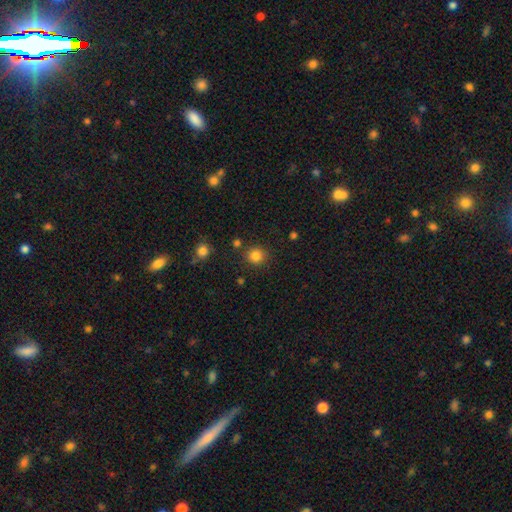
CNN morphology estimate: type=smooth (84%); roundness=round (90%); merging=none (85%).